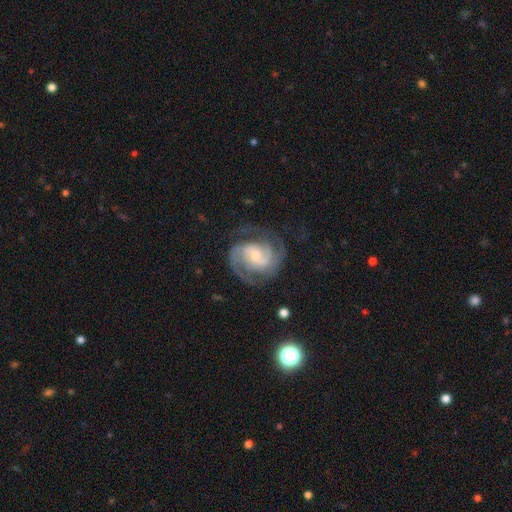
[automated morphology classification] The model was most divided on "spiral winding": medium: 47%, tight: 43%, loose: 10%. More confident: edge-on disk — no (98%); spiral arms — yes (98%); smooth or featured — featured or disk (90%); spiral arm count — 2 (75%); merging — none (72%); bulge size — small (59%); bar — no (52%).